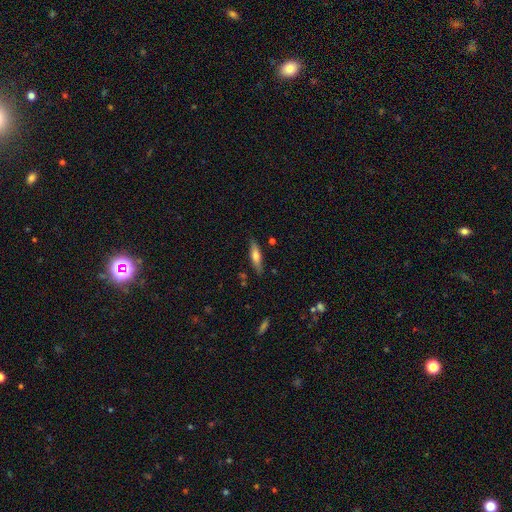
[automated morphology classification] A smooth galaxy with no disk features (53%) that is cigar-shaped (74%). Merging: none (83%).